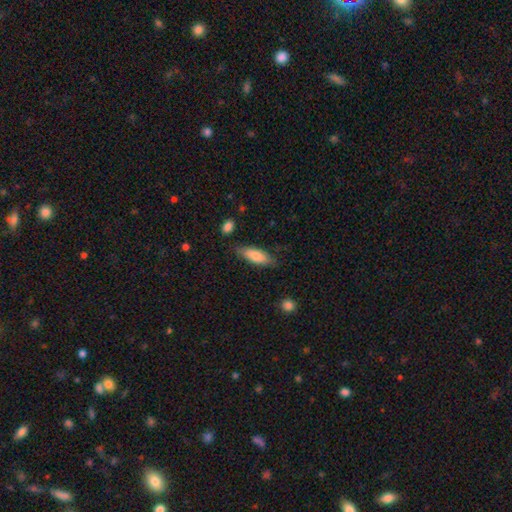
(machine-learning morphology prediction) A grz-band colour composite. It shows a smooth galaxy with no disk features (78%) that is in between round and cigar-shaped (65%). Merging: none (77%).